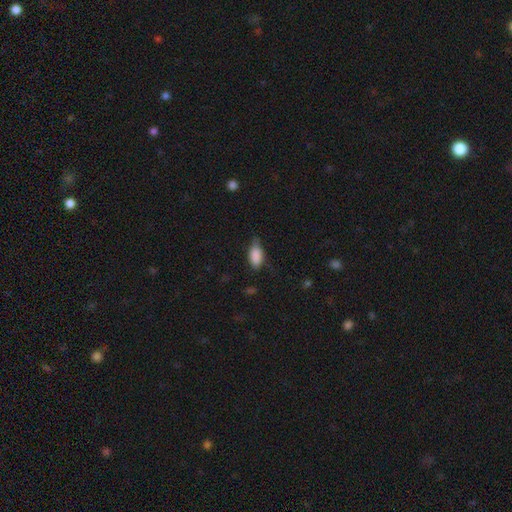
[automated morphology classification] smooth 86%, featured or disk 7%, star or artifact 7%. Down the decision tree: how rounded — in between (89%); merging — none (53%).